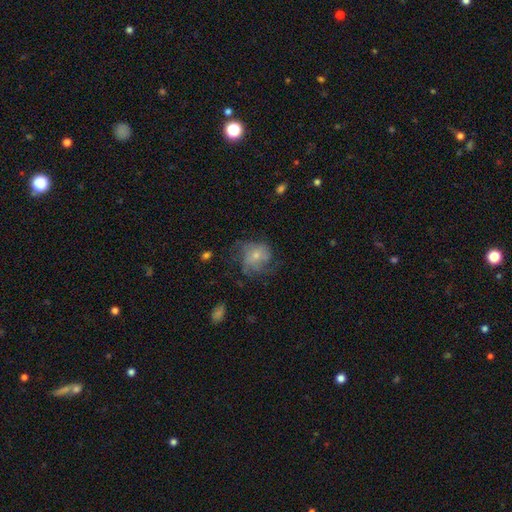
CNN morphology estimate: Smooth or featured? featured or disk (50%)
Edge-on disk? no (97%)
Merging? none (46%)